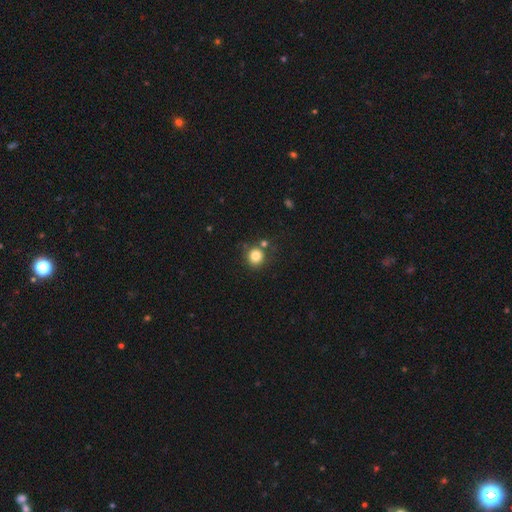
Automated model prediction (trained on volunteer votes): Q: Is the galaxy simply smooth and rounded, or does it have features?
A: smooth — 82%.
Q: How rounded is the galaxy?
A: round — 90%.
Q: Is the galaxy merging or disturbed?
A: none — 75%.